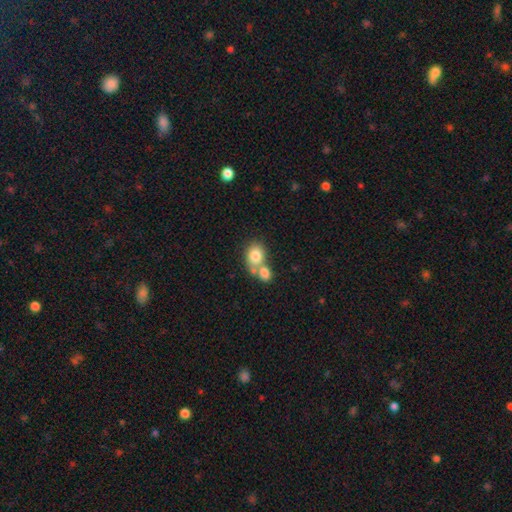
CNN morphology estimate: Overall: smooth (78%). How rounded: round (53%; in between 46%). Merging: merger (56%; none 32%).